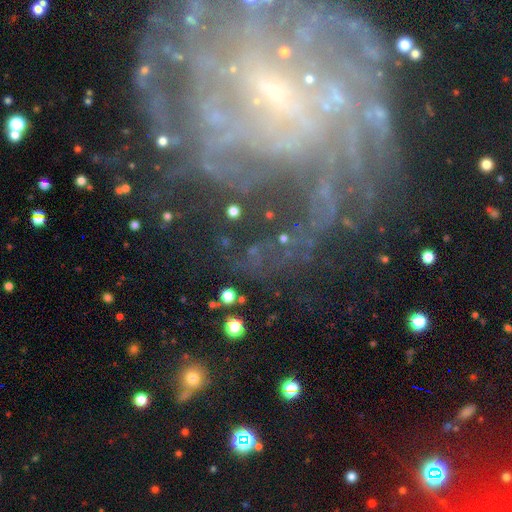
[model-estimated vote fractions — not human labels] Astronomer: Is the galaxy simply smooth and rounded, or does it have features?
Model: featured or disk — 58%.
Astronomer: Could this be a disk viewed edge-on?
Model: no — 92%.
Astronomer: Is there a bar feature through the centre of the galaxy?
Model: no — 43% (runner-up: weak, 31%).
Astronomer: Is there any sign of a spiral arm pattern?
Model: yes — 88%.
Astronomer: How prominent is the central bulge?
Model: small — 54%.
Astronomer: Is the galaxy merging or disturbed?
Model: none — 65%.